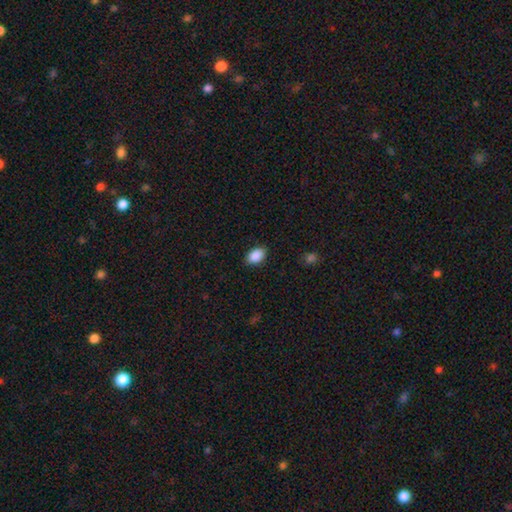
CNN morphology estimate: Smooth or featured?
  - smooth: 90% *
  - star or artifact: 7%
  - featured or disk: 3%
How rounded?
  - in between: 89% *
  - round: 10%
  - cigar-shaped: 1%
Merging?
  - none: 88% *
  - minor disturbance: 9%
  - major disturbance: 2%
  - merger: 1%